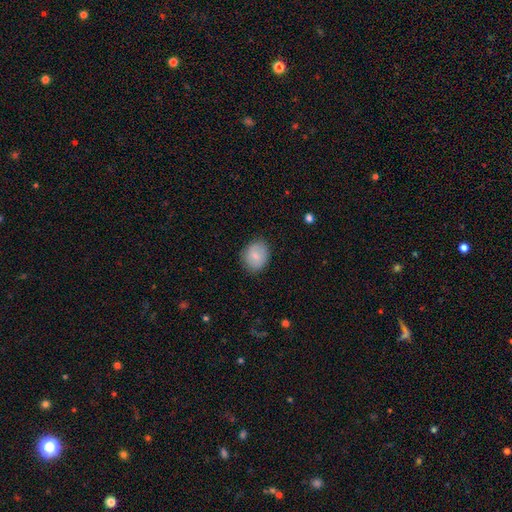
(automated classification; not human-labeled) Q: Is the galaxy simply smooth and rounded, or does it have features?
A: smooth — 81%.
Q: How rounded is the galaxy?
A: round — 53%.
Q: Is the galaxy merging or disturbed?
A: none — 84%.